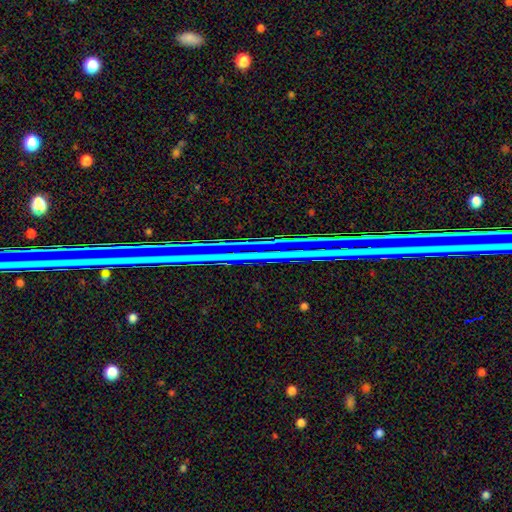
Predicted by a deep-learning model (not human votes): A star or artifact, not a galaxy (76%).